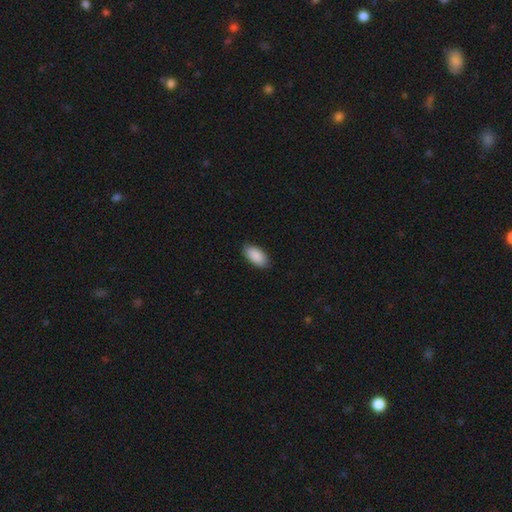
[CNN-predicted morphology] Smooth or featured?
  - smooth: 90% *
  - star or artifact: 6%
  - featured or disk: 4%
How rounded?
  - in between: 94% *
  - cigar-shaped: 3%
  - round: 3%
Merging?
  - none: 84% *
  - minor disturbance: 13%
  - major disturbance: 2%
  - merger: 1%